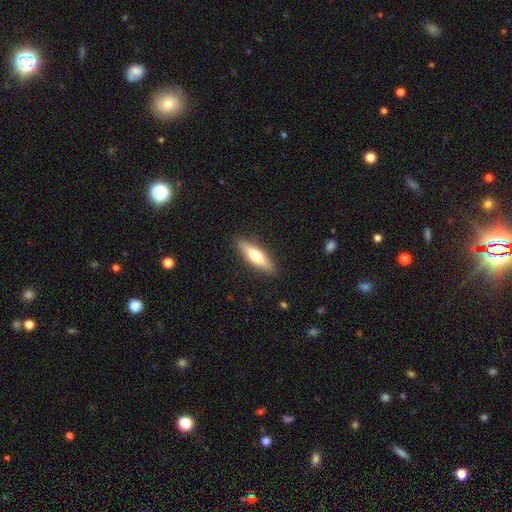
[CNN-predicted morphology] Smooth or featured? smooth (54%)
How rounded? cigar-shaped (65%)
Merging? none (88%)